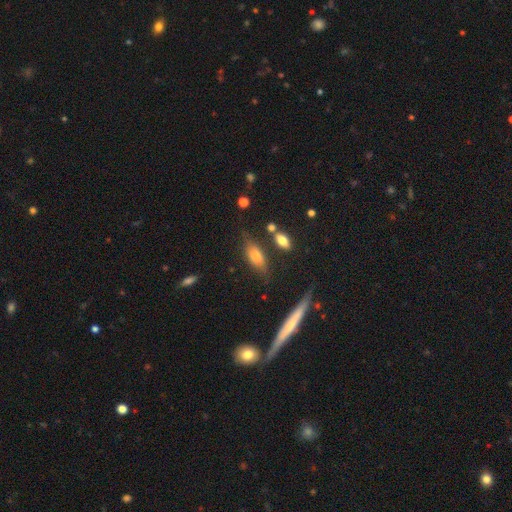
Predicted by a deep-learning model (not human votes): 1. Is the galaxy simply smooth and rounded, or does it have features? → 63% smooth, 27% featured or disk, 10% star or artifact.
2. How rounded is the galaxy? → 58% in between, 37% cigar-shaped, 4% round.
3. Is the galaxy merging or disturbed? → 68% none, 20% minor disturbance, 6% major disturbance, 6% merger.